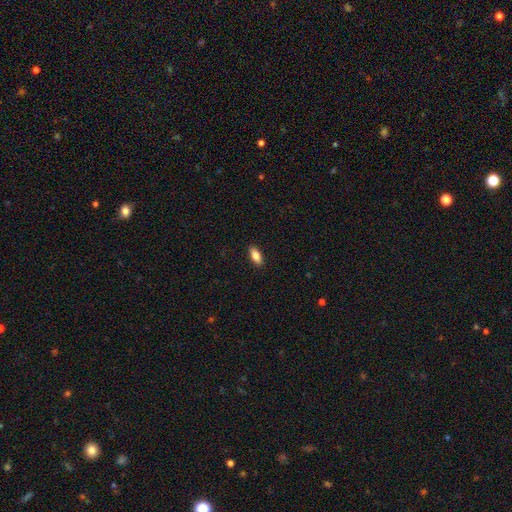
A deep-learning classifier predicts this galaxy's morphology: Q: Smooth or featured?
A: smooth (85%); runner-up: featured or disk (8%)
Q: How rounded?
A: in between (85%); runner-up: cigar-shaped (13%)
Q: Merging?
A: none (90%); runner-up: minor disturbance (8%)